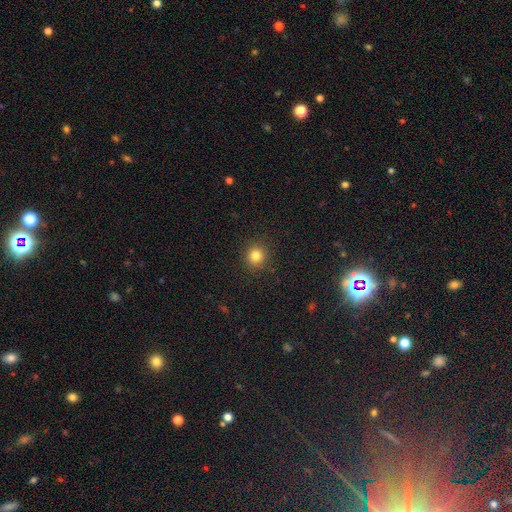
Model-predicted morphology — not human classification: type=smooth (82%); roundness=round (91%); merging=none (90%).